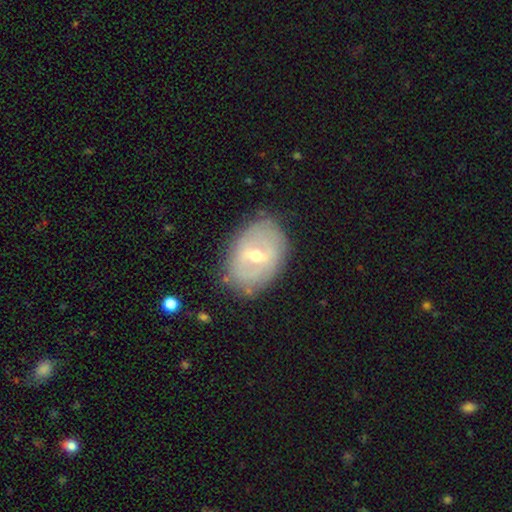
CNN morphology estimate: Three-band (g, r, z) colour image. It shows a featured or disk galaxy (65%) with a weak bar (53%), no spiral arms (57%) and a moderate central bulge (58%). Merging: none (76%).